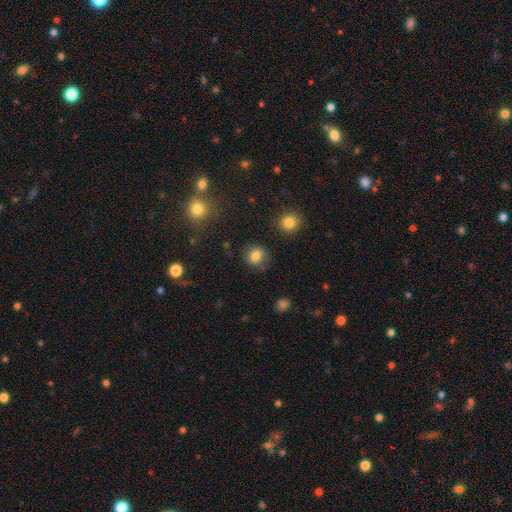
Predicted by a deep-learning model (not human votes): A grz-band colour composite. It shows a smooth galaxy with no disk features (82%) that is round (81%). Merging: none (81%).